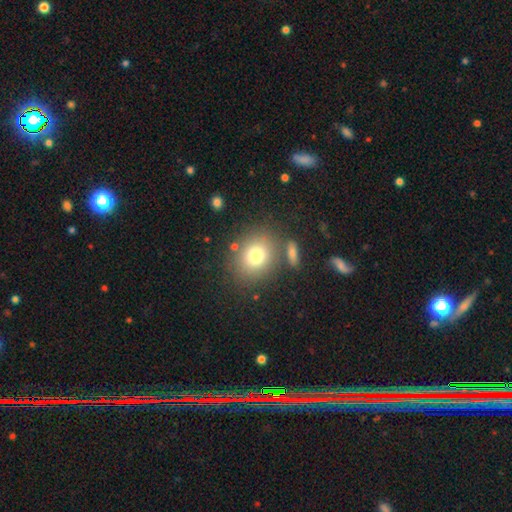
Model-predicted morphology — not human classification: A smooth galaxy with no disk features (76%) that is round (67%). Merging: none (75%).